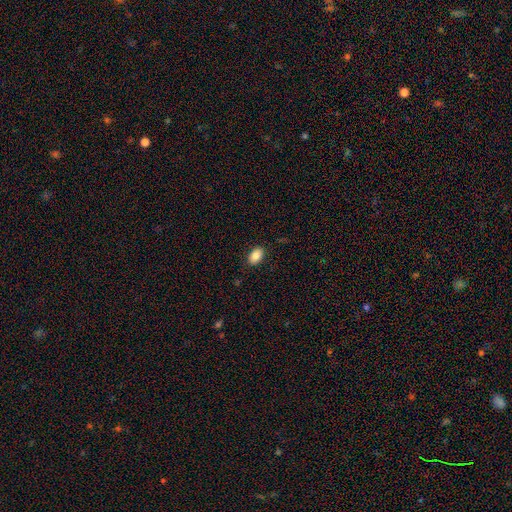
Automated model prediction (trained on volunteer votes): Morphology: type=smooth (86%); roundness=in between (89%); merging=none (88%).